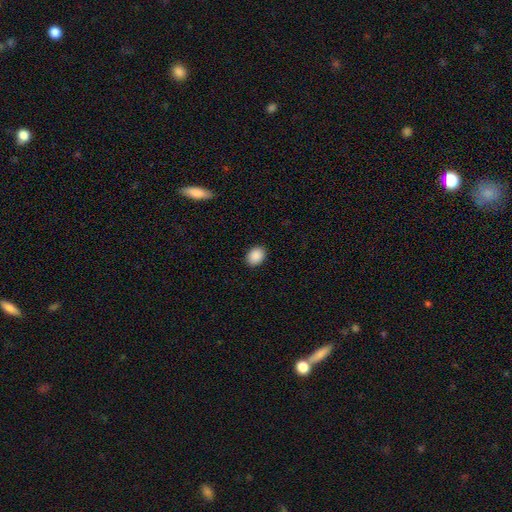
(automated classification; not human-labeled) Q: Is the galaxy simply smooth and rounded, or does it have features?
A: smooth — 90%.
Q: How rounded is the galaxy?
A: in between — 70%.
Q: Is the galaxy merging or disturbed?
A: none — 90%.